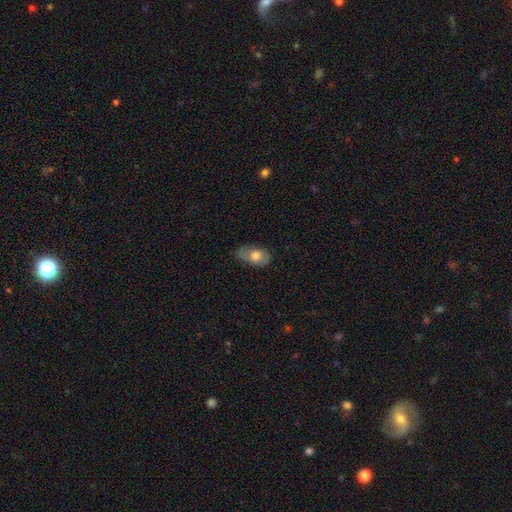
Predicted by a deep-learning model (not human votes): Morphology: type=smooth (71%); roundness=in between (89%); merging=none (62%).